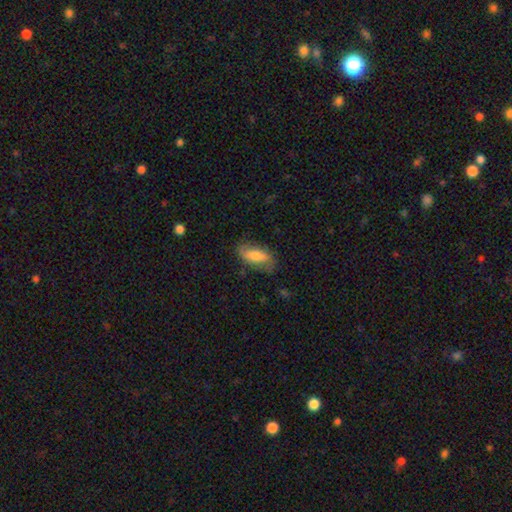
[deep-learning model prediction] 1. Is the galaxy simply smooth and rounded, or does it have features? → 61% smooth, 32% featured or disk, 7% star or artifact.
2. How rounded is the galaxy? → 81% in between, 16% cigar-shaped, 3% round.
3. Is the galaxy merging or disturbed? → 69% none, 22% minor disturbance, 7% major disturbance, 2% merger.